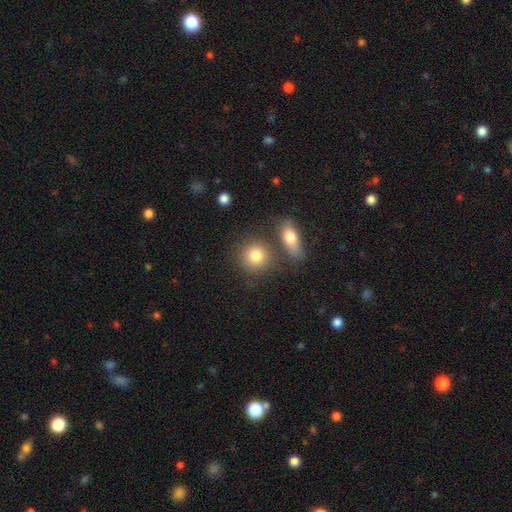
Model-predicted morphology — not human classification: The model was most divided on "merging": none: 66%, merger: 20%, minor disturbance: 10%, major disturbance: 4%. More confident: smooth or featured — smooth (81%); how rounded — round (80%).